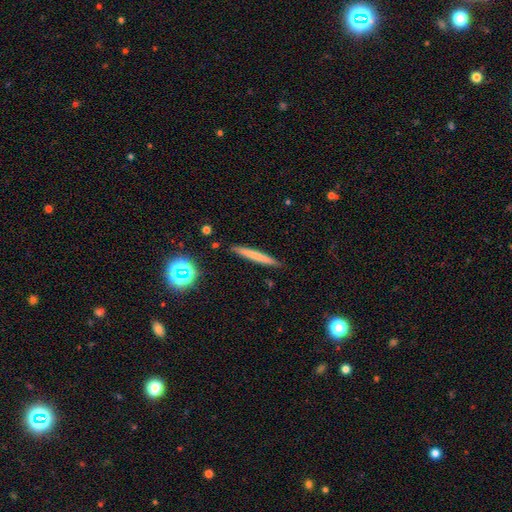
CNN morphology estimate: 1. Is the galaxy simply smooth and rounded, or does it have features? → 64% smooth, 27% featured or disk, 9% star or artifact.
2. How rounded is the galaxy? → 96% cigar-shaped, 2% in between, 1% round.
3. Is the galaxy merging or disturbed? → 90% none, 7% minor disturbance, 2% major disturbance, 1% merger.